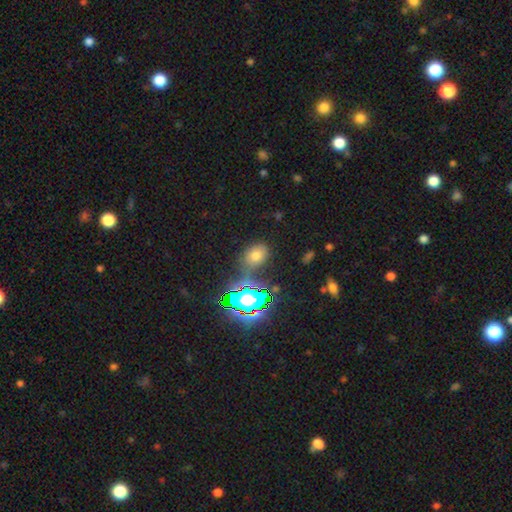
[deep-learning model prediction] This appears to be a smooth galaxy with no disk features (59%) that is in between round and cigar-shaped (72%). Merging: none (70%).